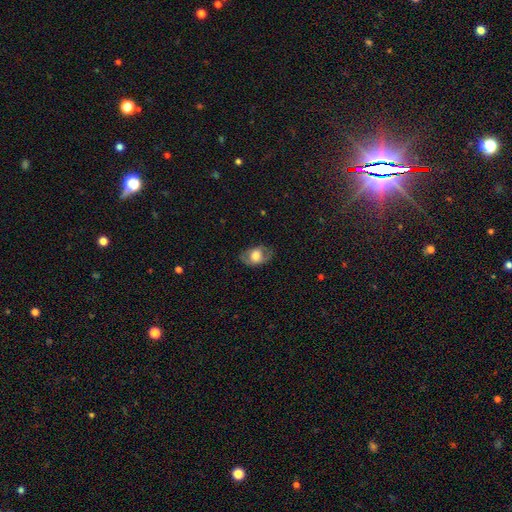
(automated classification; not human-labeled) Morphology: type=smooth (56%); roundness=in between (82%); merging=none (70%).